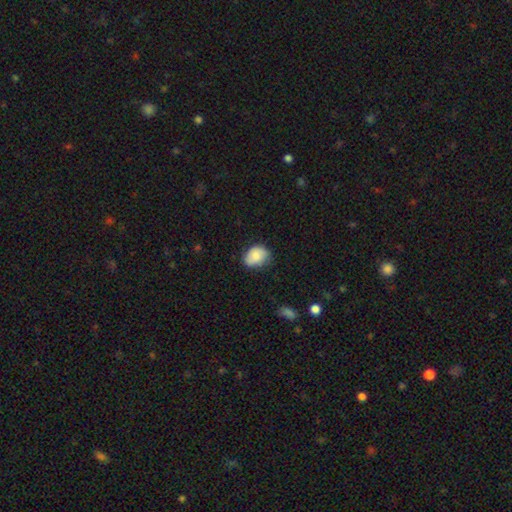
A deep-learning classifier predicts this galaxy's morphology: Smooth or featured? Predicted: smooth (p=0.80). How rounded? Predicted: in between (p=0.63). Merging? Predicted: none (p=0.68).